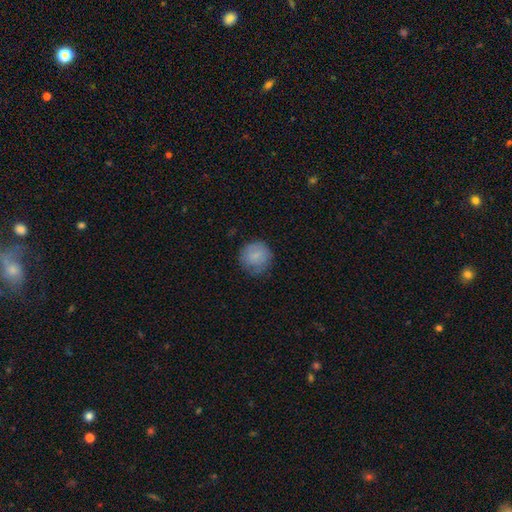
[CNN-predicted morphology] A smooth galaxy with no disk features (79%) that is round (90%).

Vote fractions:
- Smooth or featured? smooth: 79% / featured or disk: 13% / star or artifact: 8%
- How rounded? round: 90% / in between: 9% / cigar-shaped: 1%
- Merging? none: 73% / minor disturbance: 20% / major disturbance: 6% / merger: 1%